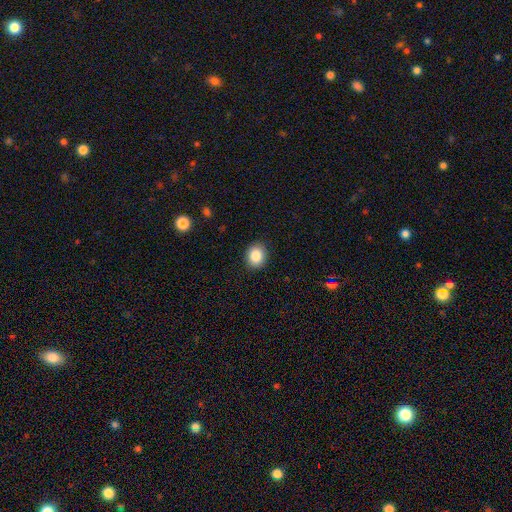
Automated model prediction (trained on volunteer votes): A smooth galaxy with no disk features (85%) that is round (65%). Merging: none (90%).